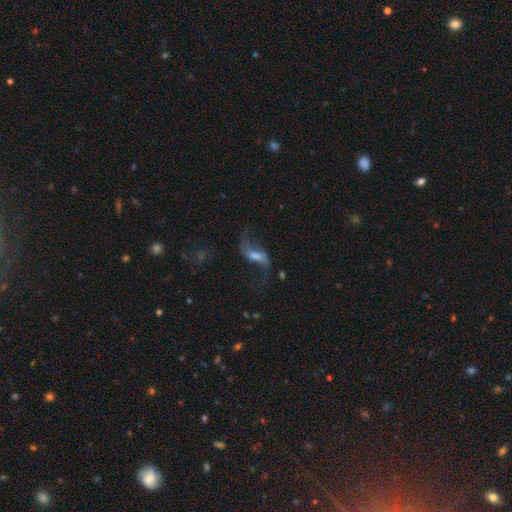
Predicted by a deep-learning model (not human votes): A featured or disk galaxy (79%) with a weak bar (46%), 2 (93%) loose (91%) spiral arms (92%) and a moderate central bulge (40%). Merging: none (66%).